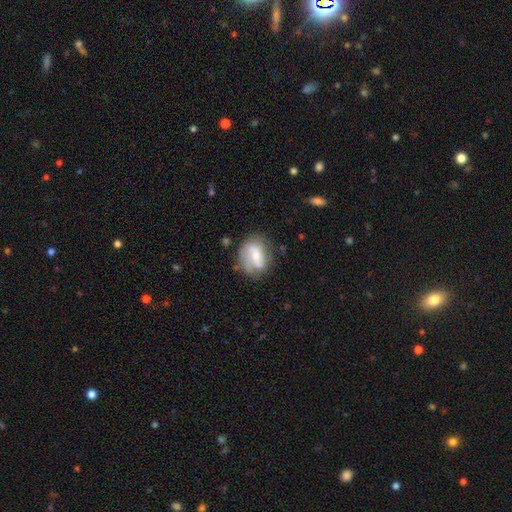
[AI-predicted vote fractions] This appears to be a featured or disk galaxy (59%) with a weak bar (43%), spiral arms (80%) and a small central bulge (49%). Merging: none (61%).